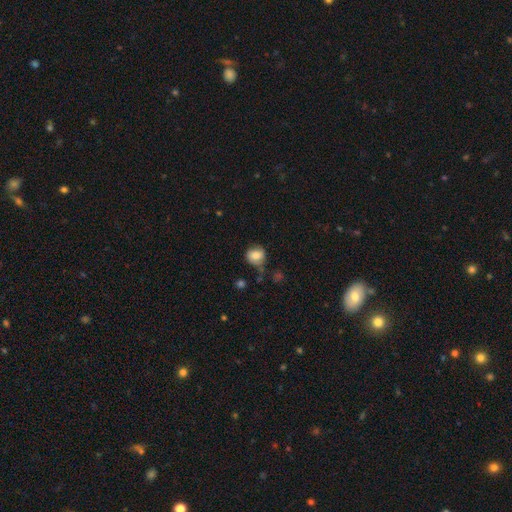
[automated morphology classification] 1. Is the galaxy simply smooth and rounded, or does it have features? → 77% smooth, 14% featured or disk, 9% star or artifact.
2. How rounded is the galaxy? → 69% round, 29% in between, 1% cigar-shaped.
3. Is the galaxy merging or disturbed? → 61% none, 26% minor disturbance, 9% major disturbance, 5% merger.